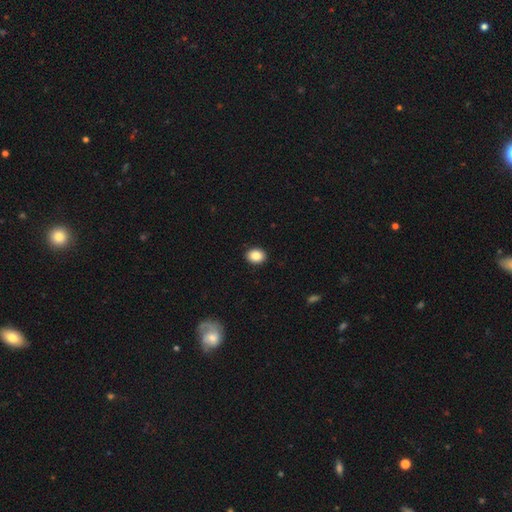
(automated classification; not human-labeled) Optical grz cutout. It shows a smooth galaxy with no disk features (87%) that is in between round and cigar-shaped (52%). Merging: none (91%).